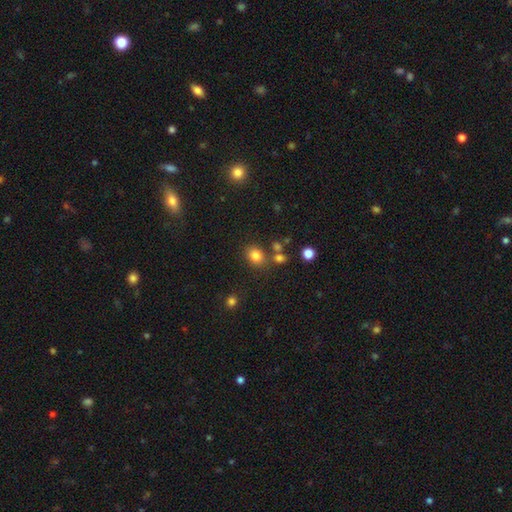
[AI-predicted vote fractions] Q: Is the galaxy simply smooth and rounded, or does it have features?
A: smooth — 80%.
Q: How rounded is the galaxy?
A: round — 58%.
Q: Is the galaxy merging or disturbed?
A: none — 74%.